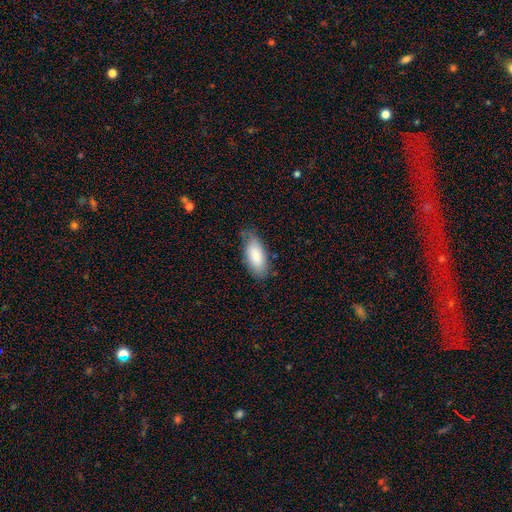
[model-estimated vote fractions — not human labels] Smooth or featured? Predicted: smooth (p=0.84). How rounded? Predicted: in between (p=0.88). Merging? Predicted: none (p=0.67).